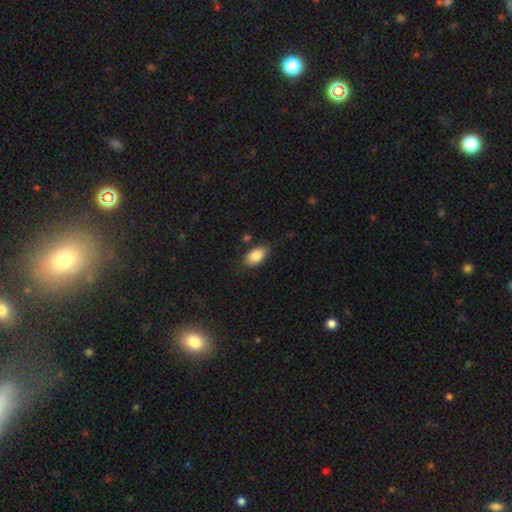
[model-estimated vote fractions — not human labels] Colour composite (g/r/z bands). It shows a smooth galaxy with no disk features (86%) that is in between round and cigar-shaped (92%). Merging: none (80%).